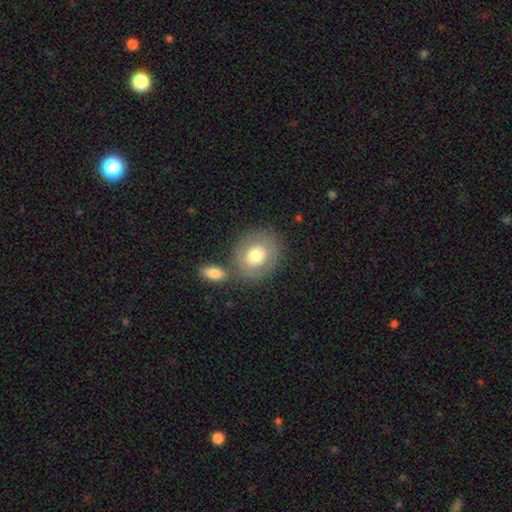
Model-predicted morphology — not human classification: Smooth or featured?
  - smooth: 69% *
  - featured or disk: 23%
  - star or artifact: 7%
How rounded?
  - round: 74% *
  - in between: 25%
  - cigar-shaped: 1%
Merging?
  - none: 69% *
  - merger: 15%
  - minor disturbance: 11%
  - major disturbance: 5%